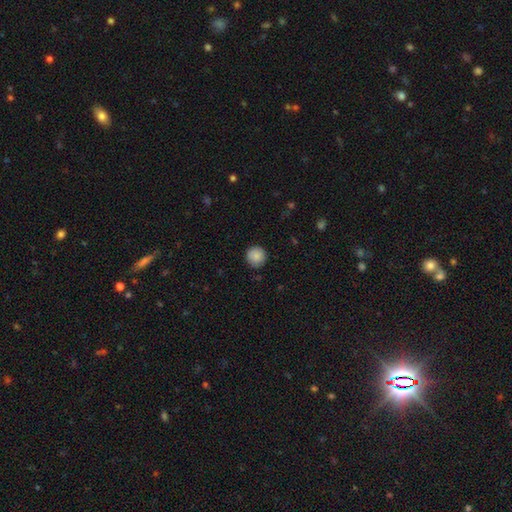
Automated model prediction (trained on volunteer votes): Smooth or featured: smooth — 88% (star or artifact — 8%)
How rounded: round — 95% (in between — 4%)
Merging: none — 89% (minor disturbance — 8%)